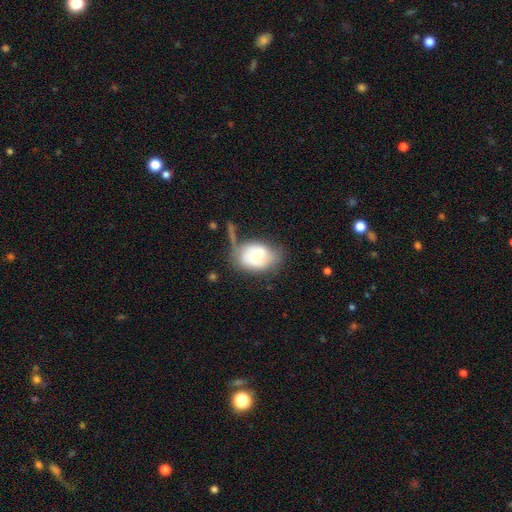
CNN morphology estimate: A smooth galaxy with no disk features (58%) that is in between round and cigar-shaped (69%). Merging: none (36%).